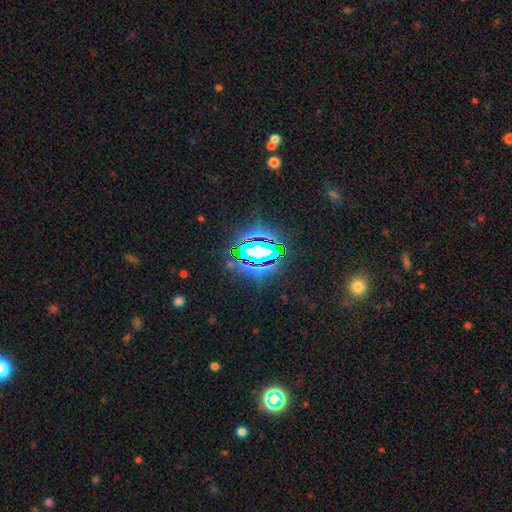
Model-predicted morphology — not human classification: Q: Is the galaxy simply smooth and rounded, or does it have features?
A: star or artifact — 79%.